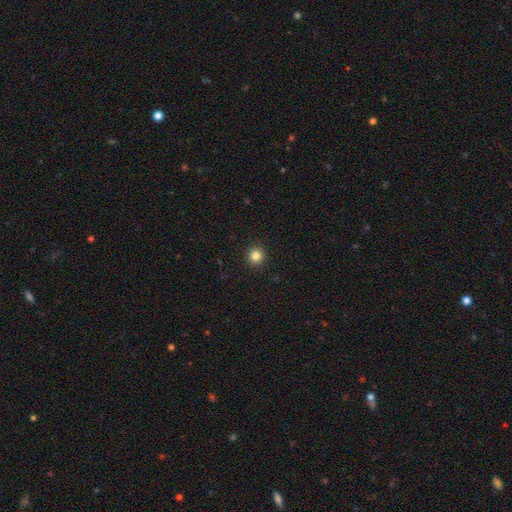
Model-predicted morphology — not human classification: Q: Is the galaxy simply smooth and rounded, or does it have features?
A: smooth — 83%.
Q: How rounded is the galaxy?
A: round — 93%.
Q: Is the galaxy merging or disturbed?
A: none — 93%.